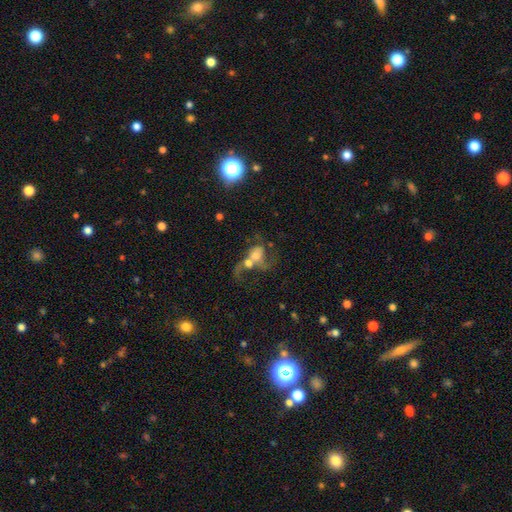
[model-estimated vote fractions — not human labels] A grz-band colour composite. It shows a featured or disk galaxy (53%) with no bar (76%), spiral arms (62%) and a moderate central bulge (50%). Merging: merger (71%).